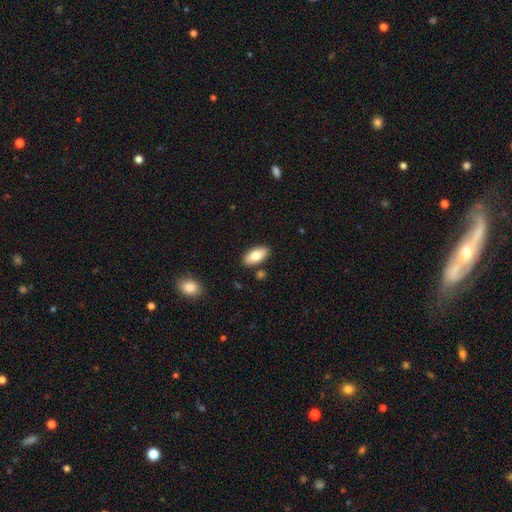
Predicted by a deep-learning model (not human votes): A smooth galaxy with no disk features (80%) that is in between round and cigar-shaped (91%). Merging: none (86%).